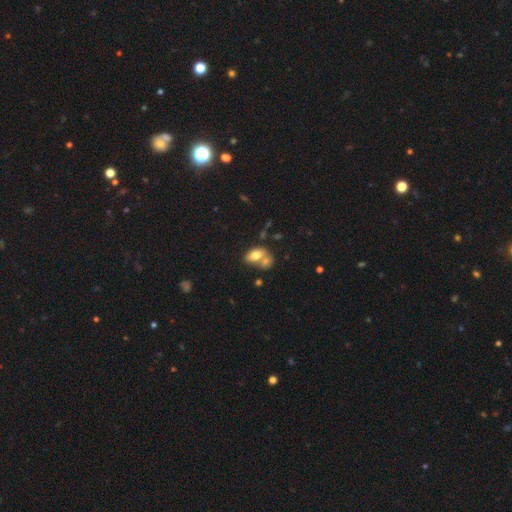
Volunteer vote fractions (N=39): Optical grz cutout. It shows a smooth galaxy with no disk features (85%) that is in between round and cigar-shaped (91%). Merging: merger (62%).